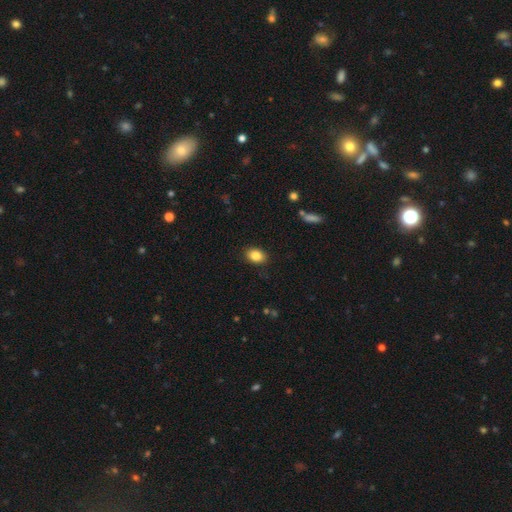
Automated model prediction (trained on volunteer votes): Q: Smooth or featured?
A: smooth (85%); runner-up: star or artifact (9%)
Q: How rounded?
A: in between (77%); runner-up: round (22%)
Q: Merging?
A: none (88%); runner-up: minor disturbance (9%)